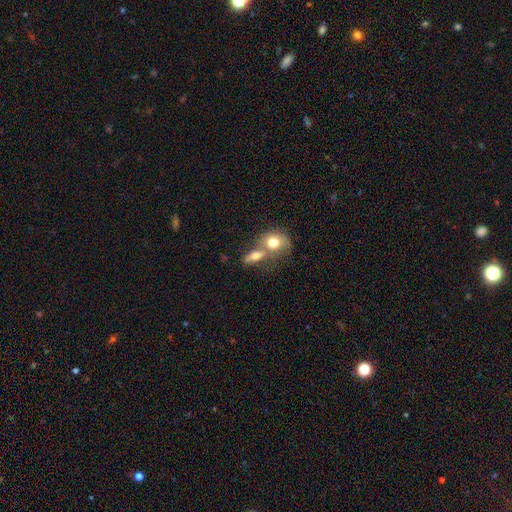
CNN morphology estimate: Smooth or featured: smooth — 74% (featured or disk — 18%)
How rounded: in between — 66% (round — 25%)
Merging: merger — 56% (none — 28%)